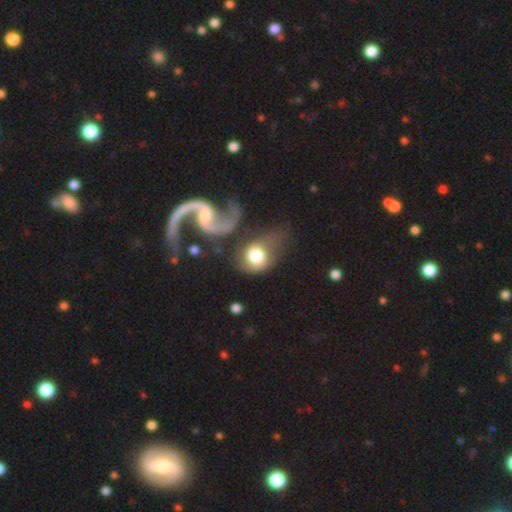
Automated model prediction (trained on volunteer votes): The model was most divided on "merging": major disturbance: 32%, none: 29%, merger: 21%, minor disturbance: 18%. More confident: how rounded — round (58%); smooth or featured — smooth (54%).